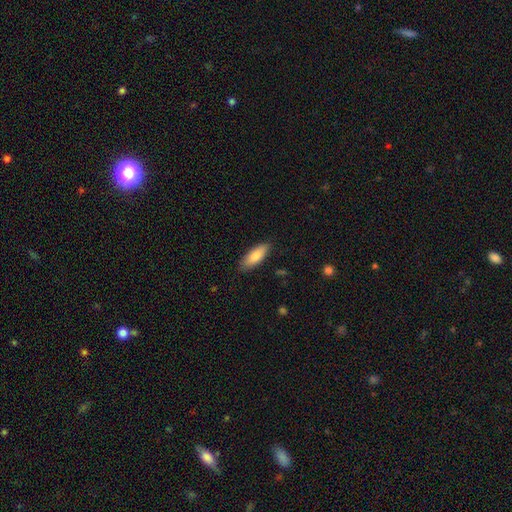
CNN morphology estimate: smooth_or_featured: smooth (p=0.82) [alt: featured or disk p=0.12]
how_rounded: in between (p=0.71) [alt: cigar-shaped p=0.28]
merging: none (p=0.86) [alt: minor disturbance p=0.11]